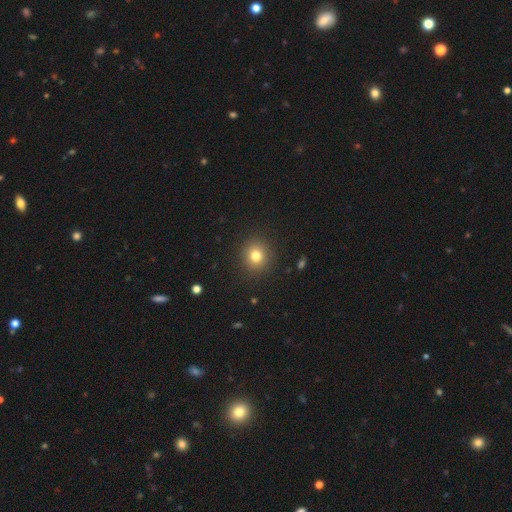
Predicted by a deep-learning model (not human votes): smooth-or-featured: smooth: 79% | star or artifact: 13% | featured or disk: 8%
  how-rounded: round: 87% | in between: 12% | cigar-shaped: 1%
  merging: none: 90% | minor disturbance: 6% | major disturbance: 2% | merger: 1%